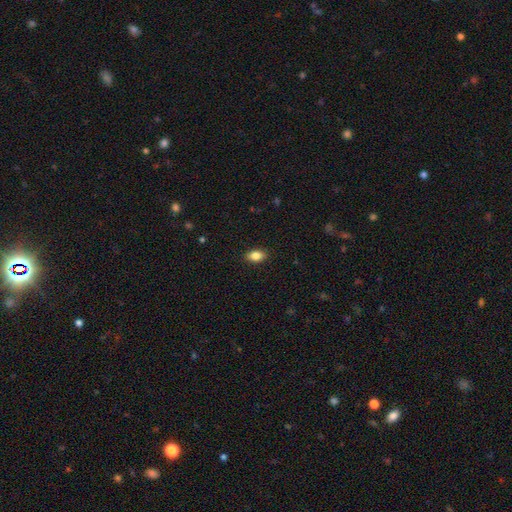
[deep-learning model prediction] A smooth galaxy with no disk features (85%) that is in between round and cigar-shaped (88%).

Vote fractions:
- Smooth or featured? smooth: 85% / star or artifact: 8% / featured or disk: 7%
- How rounded? in between: 88% / round: 9% / cigar-shaped: 2%
- Merging? none: 89% / minor disturbance: 8% / major disturbance: 2% / merger: 1%